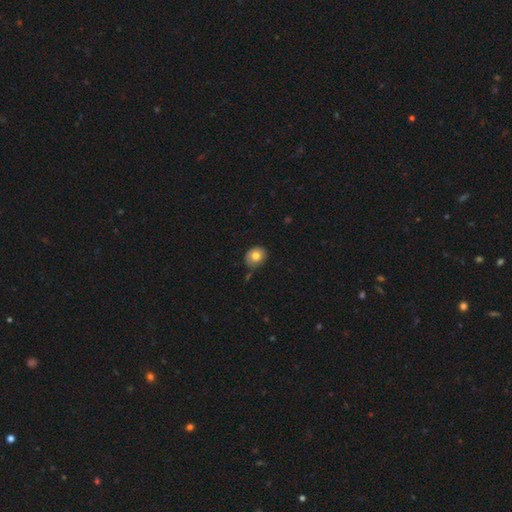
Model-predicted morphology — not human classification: A smooth galaxy with no disk features (78%) that is round (62%).

Vote fractions:
- Smooth or featured? smooth: 78% / featured or disk: 14% / star or artifact: 9%
- How rounded? round: 62% / in between: 38% / cigar-shaped: 1%
- Merging? none: 74% / minor disturbance: 19% / major disturbance: 4% / merger: 3%